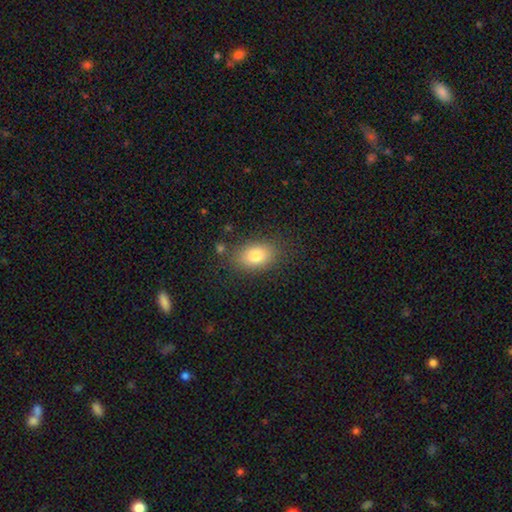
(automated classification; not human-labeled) This is likely a smooth galaxy (79%). How rounded: clearly in between (81%). Merging: clearly none (82%).